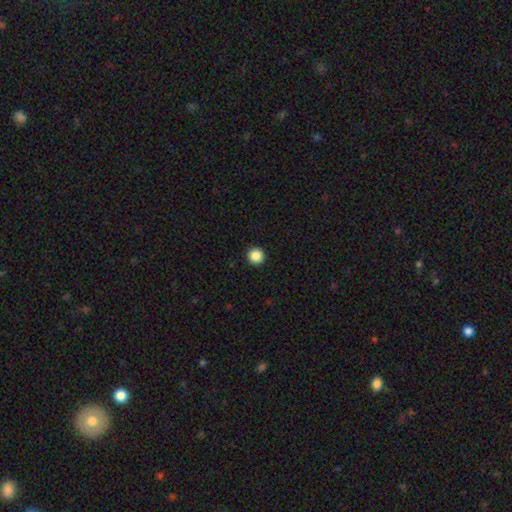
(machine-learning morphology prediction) Smooth or featured: smooth — 87% (star or artifact — 10%)
How rounded: round — 97% (in between — 2%)
Merging: none — 94% (minor disturbance — 4%)